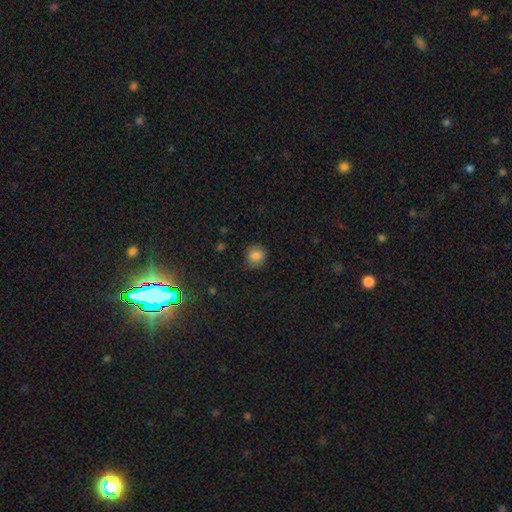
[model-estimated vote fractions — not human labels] Q: Smooth or featured?
A: smooth (84%); runner-up: star or artifact (11%)
Q: How rounded?
A: round (88%); runner-up: in between (11%)
Q: Merging?
A: none (84%); runner-up: minor disturbance (12%)